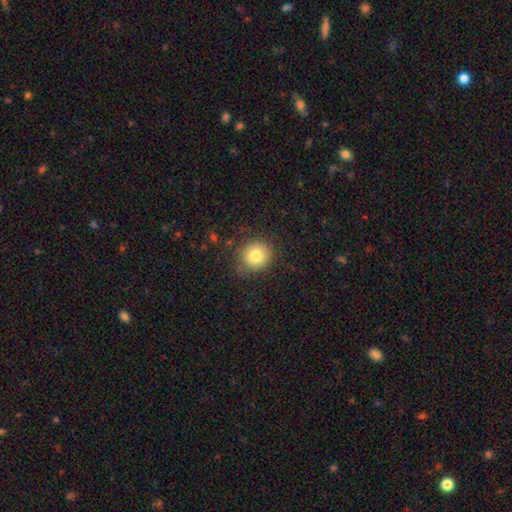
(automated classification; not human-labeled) A smooth galaxy with no disk features (80%) that is round (90%). Merging: none (81%).